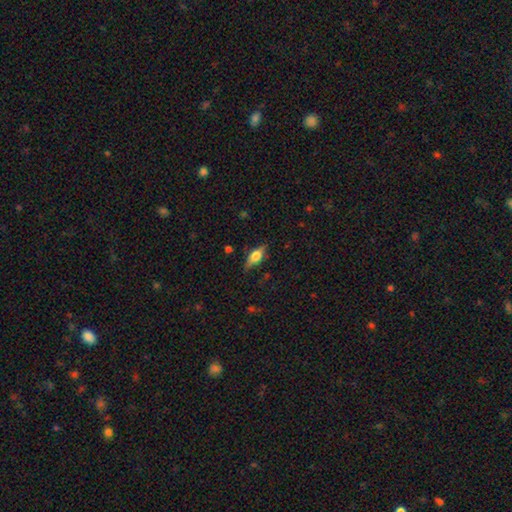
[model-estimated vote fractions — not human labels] smooth_or_featured: featured or disk (p=0.51) [alt: smooth p=0.42]
disk_edge_on: yes (p=0.92) [alt: no p=0.08]
merging: none (p=0.80) [alt: minor disturbance p=0.15]